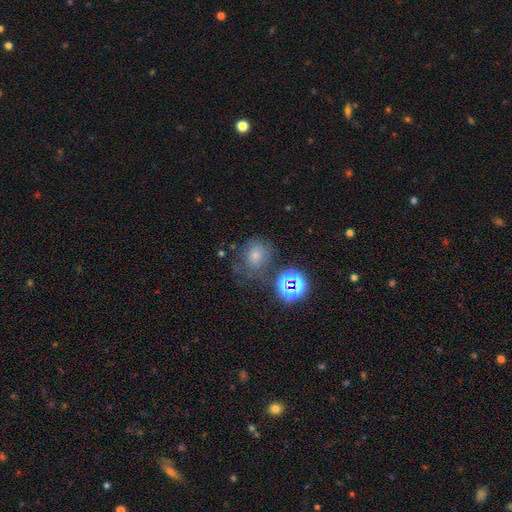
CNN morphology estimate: This is likely a smooth galaxy (67%). How rounded: likely round (68%). Merging: possibly none (58%).